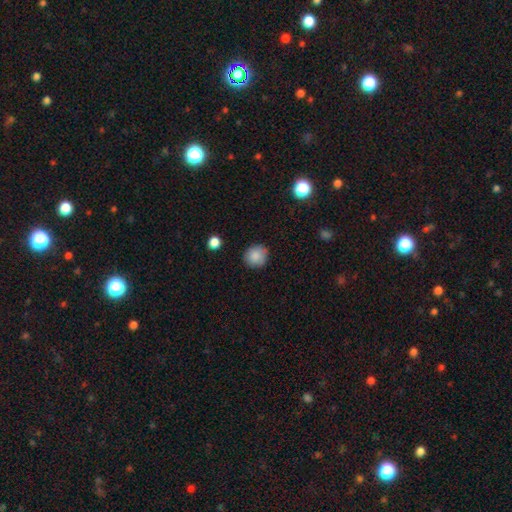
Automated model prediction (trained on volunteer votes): smooth-or-featured: smooth: 86% | star or artifact: 8% | featured or disk: 5%
  how-rounded: round: 91% | in between: 9% | cigar-shaped: 1%
  merging: none: 87% | minor disturbance: 9% | major disturbance: 2% | merger: 1%